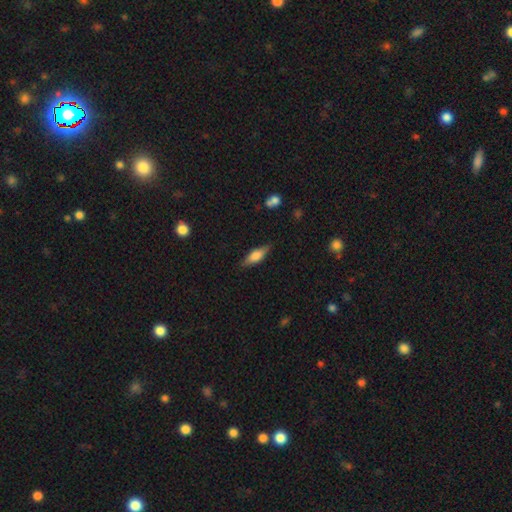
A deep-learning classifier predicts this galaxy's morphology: smooth_or_featured: smooth (p=0.59) [alt: featured or disk p=0.34]
how_rounded: in between (p=0.56) [alt: cigar-shaped p=0.41]
merging: none (p=0.81) [alt: minor disturbance p=0.14]